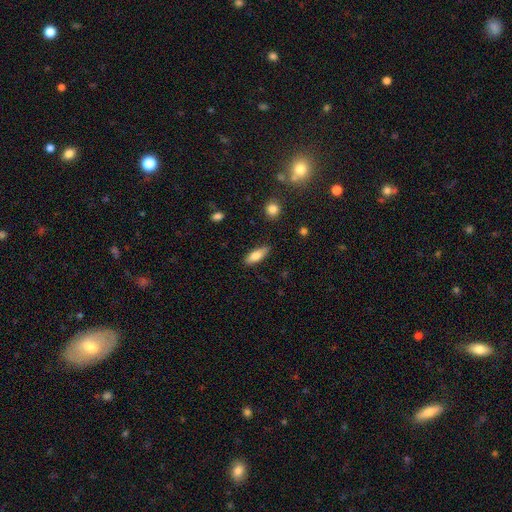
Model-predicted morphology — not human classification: type=smooth (79%); roundness=in between (65%); merging=none (83%).